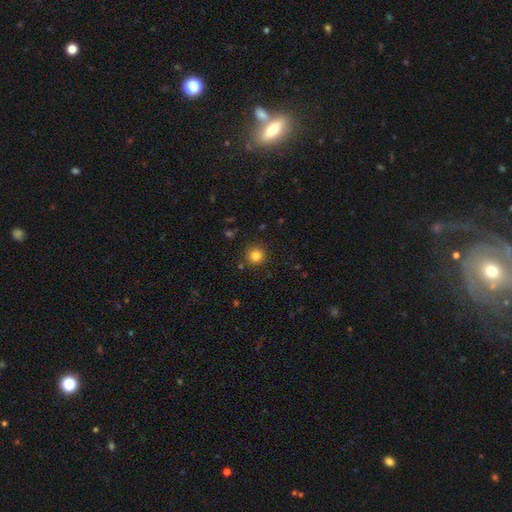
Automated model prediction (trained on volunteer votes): A smooth galaxy with no disk features (83%) that is round (93%).

Vote fractions:
- Smooth or featured? smooth: 83% / star or artifact: 12% / featured or disk: 5%
- How rounded? round: 93% / in between: 6% / cigar-shaped: 1%
- Merging? none: 89% / minor disturbance: 7% / major disturbance: 2% / merger: 2%